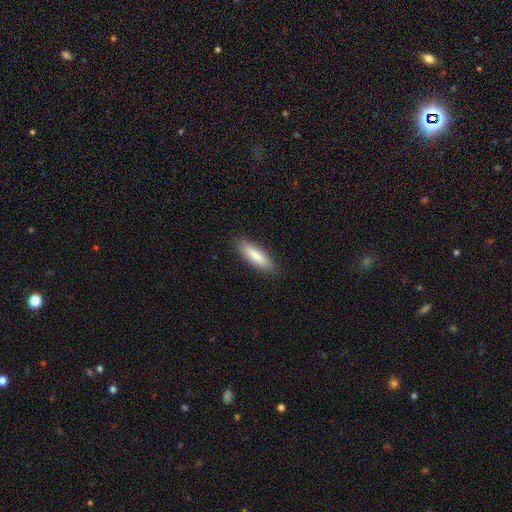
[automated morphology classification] The model was most divided on "how rounded": cigar-shaped: 58%, in between: 41%, round: 1%. More confident: merging — none (88%); smooth or featured — smooth (85%).